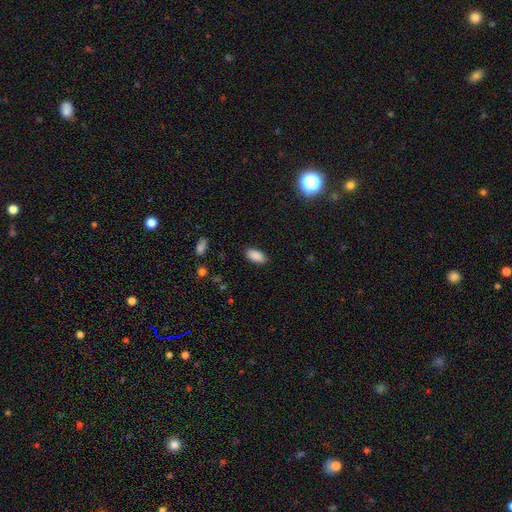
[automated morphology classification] smooth-or-featured: smooth: 89% | star or artifact: 8% | featured or disk: 3%
  how-rounded: in between: 93% | cigar-shaped: 4% | round: 3%
  merging: none: 87% | minor disturbance: 9% | major disturbance: 2% | merger: 1%